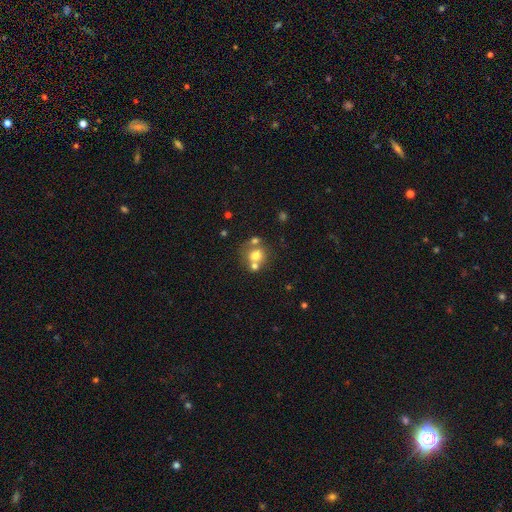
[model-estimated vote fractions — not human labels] Smooth or featured?
  - smooth: 69% *
  - featured or disk: 18%
  - star or artifact: 13%
How rounded?
  - round: 80% *
  - in between: 19%
  - cigar-shaped: 1%
Merging?
  - none: 47% *
  - merger: 40%
  - minor disturbance: 9%
  - major disturbance: 4%